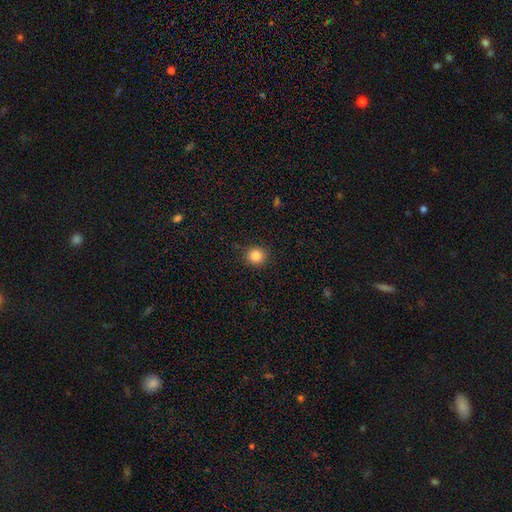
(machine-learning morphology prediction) A smooth galaxy with no disk features (85%) that is round (91%).

Vote fractions:
- Smooth or featured? smooth: 85% / star or artifact: 11% / featured or disk: 5%
- How rounded? round: 91% / in between: 8% / cigar-shaped: 1%
- Merging? none: 90% / minor disturbance: 7% / major disturbance: 2% / merger: 1%